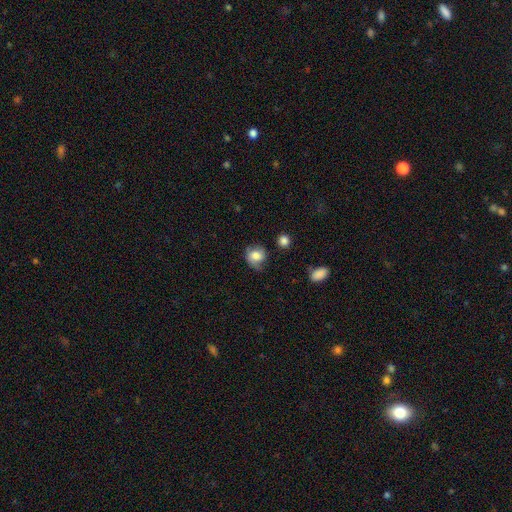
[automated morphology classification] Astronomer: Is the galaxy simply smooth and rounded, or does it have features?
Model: smooth — 65%.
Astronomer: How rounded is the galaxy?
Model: round — 68%.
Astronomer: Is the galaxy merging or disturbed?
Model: none — 52% (runner-up: minor disturbance, 31%).